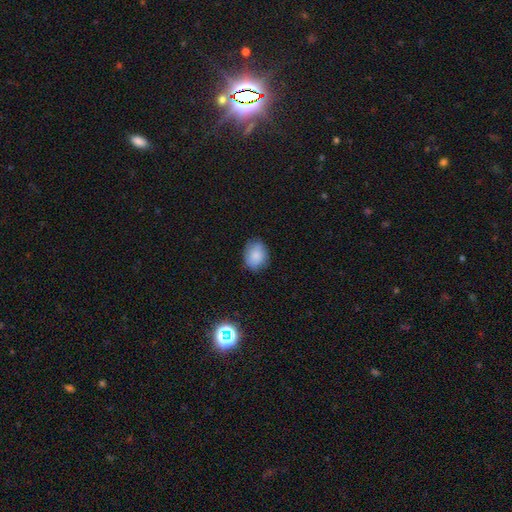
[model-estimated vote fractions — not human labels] Smooth or featured? smooth (82%)
How rounded? in between (59%)
Merging? none (78%)